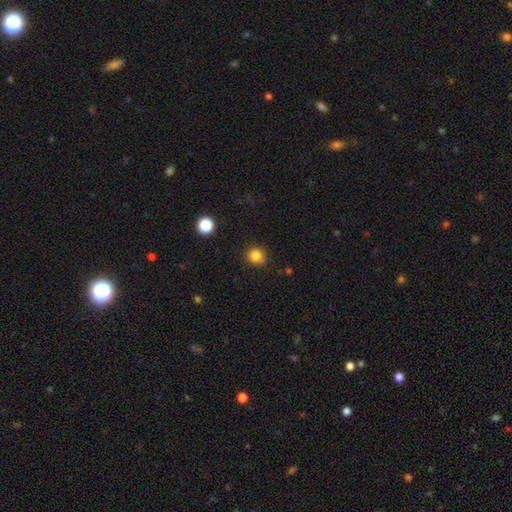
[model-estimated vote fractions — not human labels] The model was most divided on "smooth or featured": smooth: 84%, star or artifact: 12%, featured or disk: 4%. More confident: how rounded — round (87%); merging — none (87%).